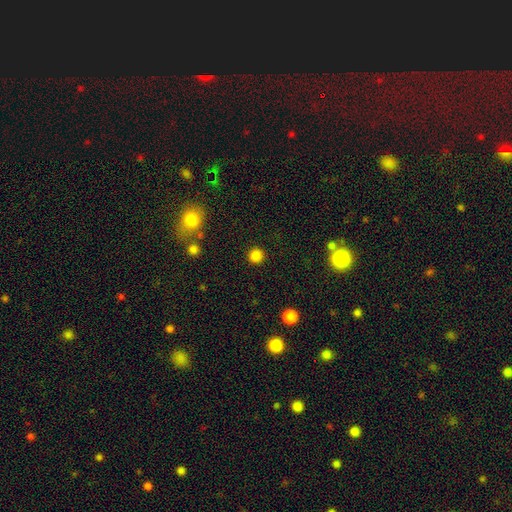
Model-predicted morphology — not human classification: A smooth galaxy with no disk features (84%) that is round (94%). Merging: none (91%).